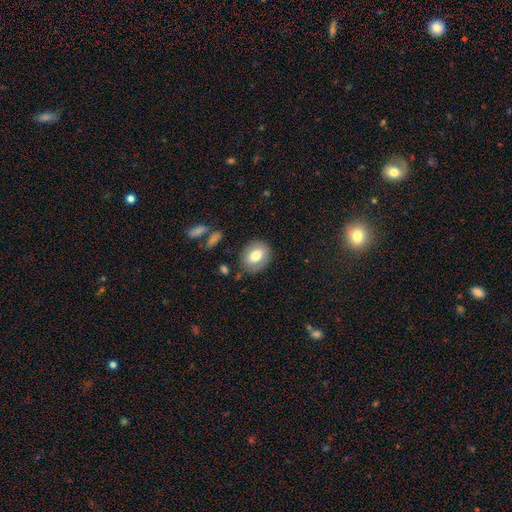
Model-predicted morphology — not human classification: This is likely a smooth galaxy (71%). How rounded: possibly in between (59%). Merging: clearly none (82%).